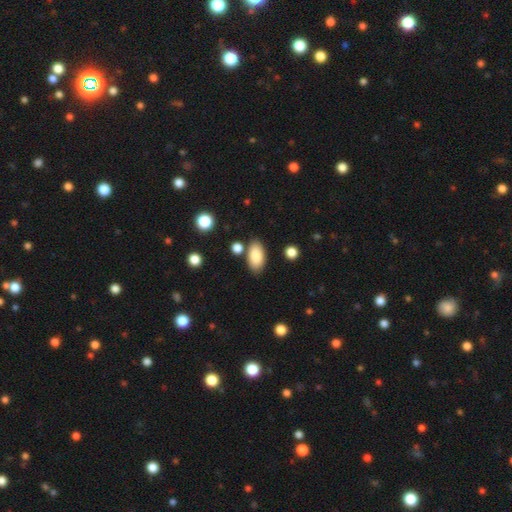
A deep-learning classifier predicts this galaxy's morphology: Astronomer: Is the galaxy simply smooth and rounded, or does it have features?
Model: smooth — 87%.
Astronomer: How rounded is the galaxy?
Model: in between — 93%.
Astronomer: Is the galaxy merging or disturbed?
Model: none — 79%.